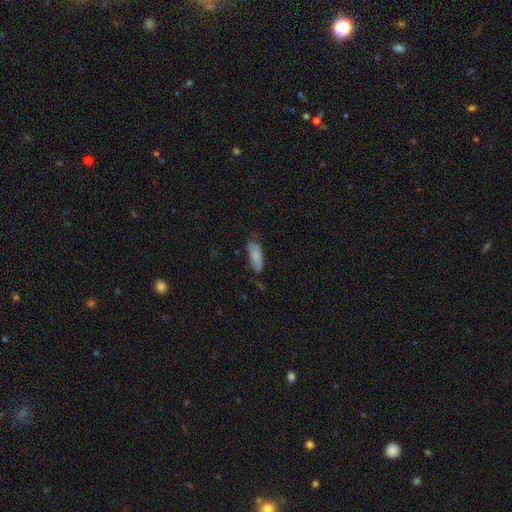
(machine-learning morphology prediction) Smooth or featured? smooth (79%)
How rounded? in between (77%)
Merging? none (59%)